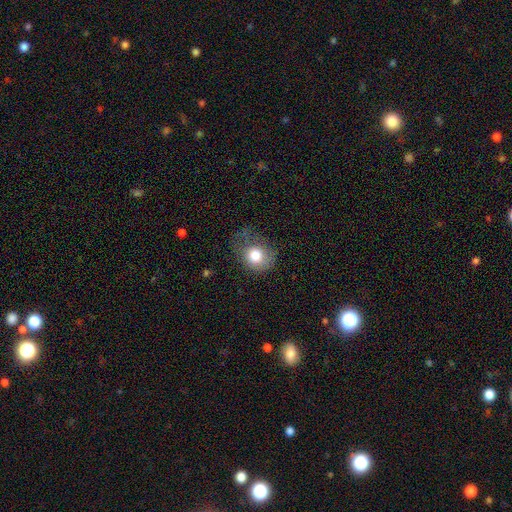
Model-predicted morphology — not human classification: This is likely a smooth galaxy (77%). How rounded: likely round (69%). Merging: marginally none (42%).